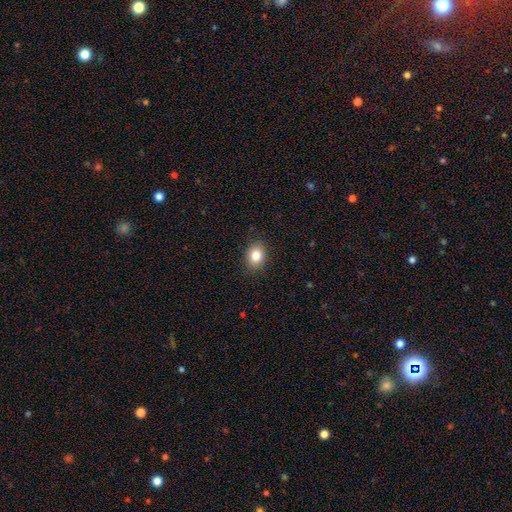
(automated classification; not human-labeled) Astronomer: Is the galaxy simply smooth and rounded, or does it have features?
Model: smooth — 83%.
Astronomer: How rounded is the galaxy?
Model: in between — 53% (runner-up: round, 46%).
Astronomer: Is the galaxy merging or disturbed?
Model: none — 89%.